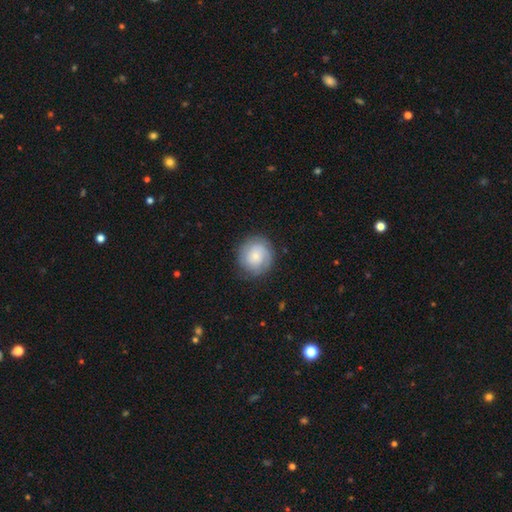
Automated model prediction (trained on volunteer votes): smooth 53%, featured or disk 40%, star or artifact 7%. Down the decision tree: how rounded — round (89%); merging — none (82%).